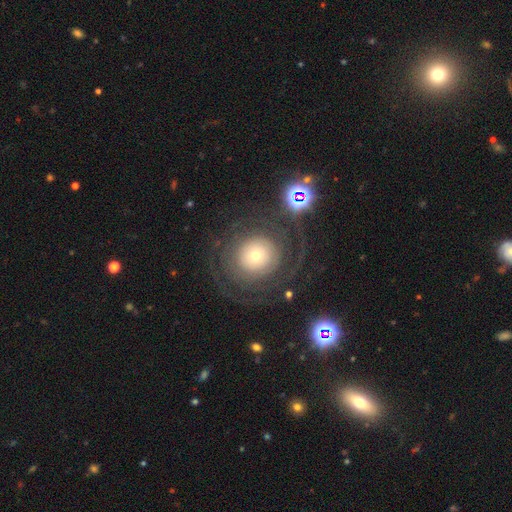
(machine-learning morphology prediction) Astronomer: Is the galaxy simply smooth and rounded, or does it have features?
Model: featured or disk — 54% (runner-up: smooth, 34%).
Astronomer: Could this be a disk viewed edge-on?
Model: no — 96%.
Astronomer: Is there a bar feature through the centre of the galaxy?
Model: no — 89%.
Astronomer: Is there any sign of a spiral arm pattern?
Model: yes — 67%.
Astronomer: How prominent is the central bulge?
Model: small — 55%.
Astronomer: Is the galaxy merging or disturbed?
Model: none — 72%.